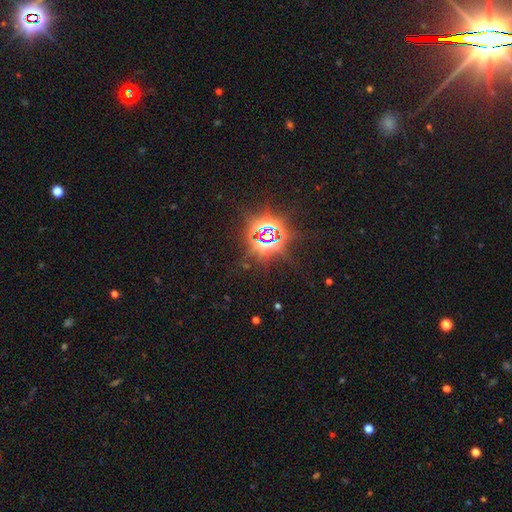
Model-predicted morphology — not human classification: smooth-or-featured: star or artifact: 84% | smooth: 10% | featured or disk: 7%